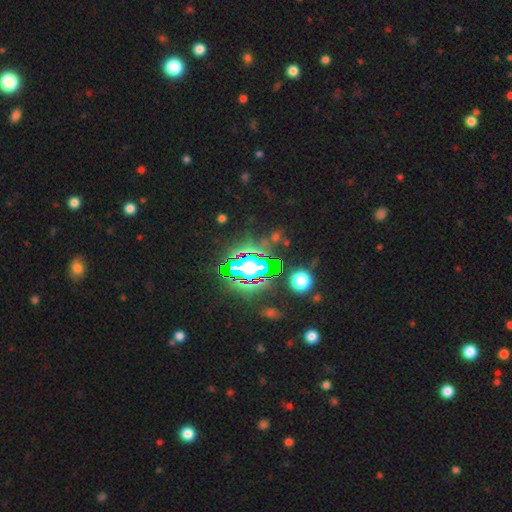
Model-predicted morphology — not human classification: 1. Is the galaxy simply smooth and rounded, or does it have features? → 84% star or artifact, 9% smooth, 7% featured or disk.